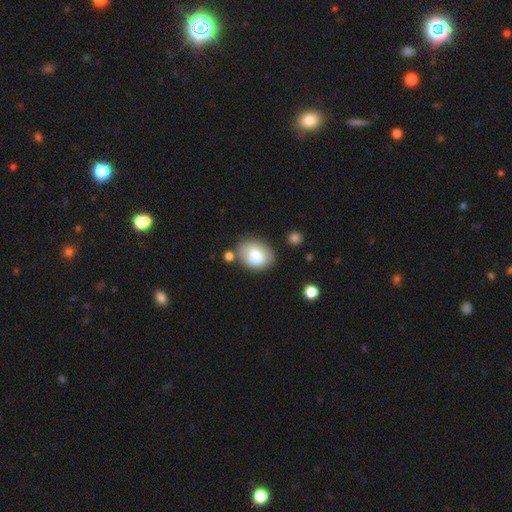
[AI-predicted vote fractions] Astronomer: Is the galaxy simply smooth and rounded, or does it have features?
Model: smooth — 73%.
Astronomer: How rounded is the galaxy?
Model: in between — 67%.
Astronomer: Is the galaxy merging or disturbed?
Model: none — 60%.